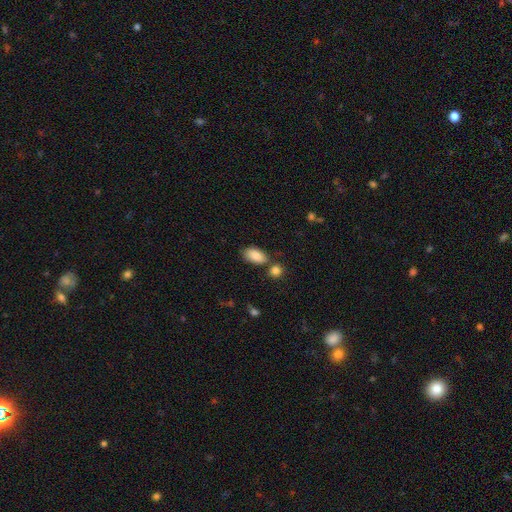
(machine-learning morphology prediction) smooth 88%, star or artifact 7%, featured or disk 5%. Down the decision tree: how rounded — in between (93%); merging — none (69%).